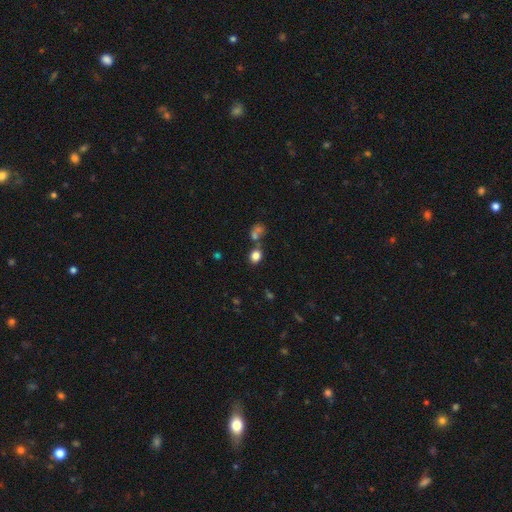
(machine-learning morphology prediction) smooth 80%, star or artifact 13%, featured or disk 7%. Down the decision tree: how rounded — round (61%); merging — none (63%).